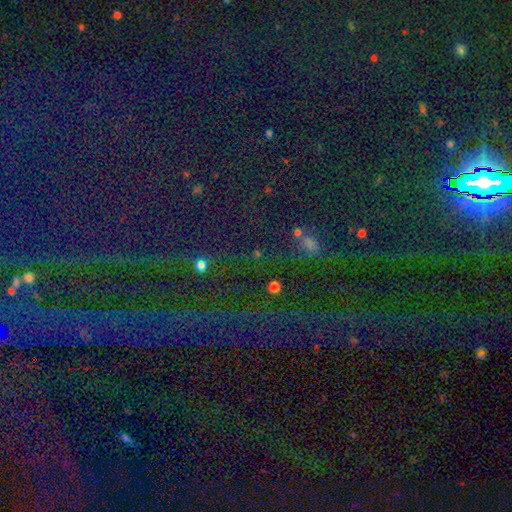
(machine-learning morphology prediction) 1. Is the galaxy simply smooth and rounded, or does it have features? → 75% star or artifact, 16% smooth, 8% featured or disk.